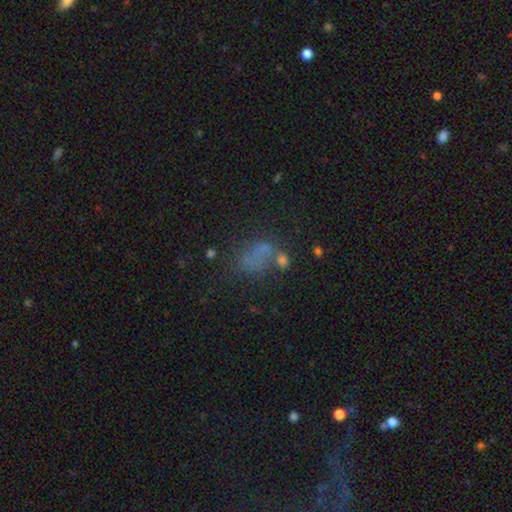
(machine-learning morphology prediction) smooth 51%, star or artifact 25%, featured or disk 24%. Down the decision tree: how rounded — in between (75%); merging — none (40%).